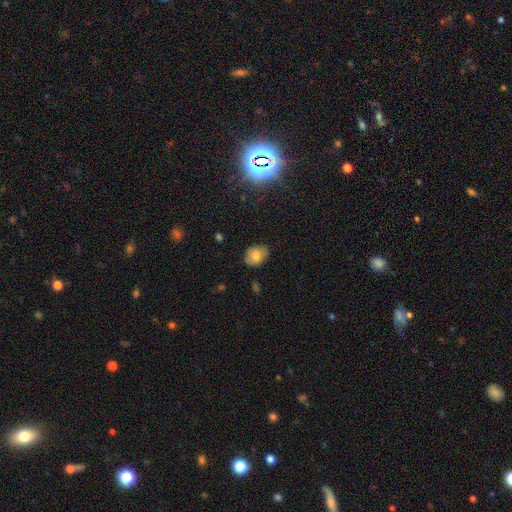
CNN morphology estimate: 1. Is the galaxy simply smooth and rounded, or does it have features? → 74% smooth, 16% featured or disk, 10% star or artifact.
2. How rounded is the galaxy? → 61% in between, 38% round, 1% cigar-shaped.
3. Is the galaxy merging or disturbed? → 75% none, 21% minor disturbance, 3% major disturbance, 1% merger.